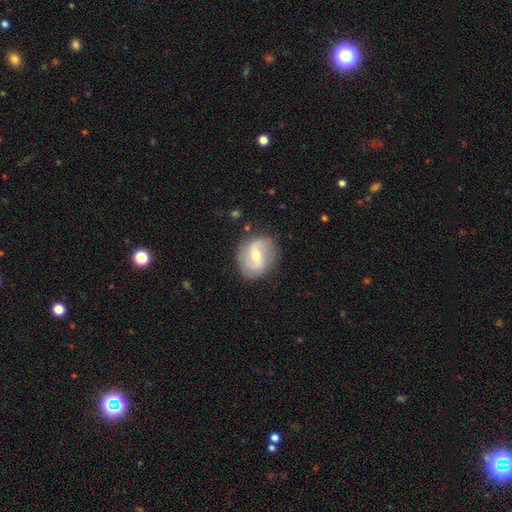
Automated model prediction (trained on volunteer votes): The model was most divided on "spiral winding": medium: 43%, loose: 35%, tight: 22%. More confident: edge-on disk — no (97%); spiral arms — yes (85%); spiral arm count — 2 (83%); merging — none (79%); smooth or featured — featured or disk (71%); bulge size — moderate (66%); bar — weak (53%).